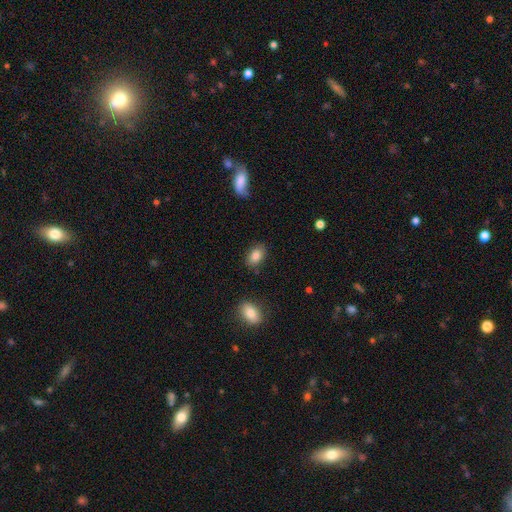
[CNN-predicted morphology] The model was most divided on "how rounded": in between: 86%, round: 13%, cigar-shaped: 1%. More confident: smooth or featured — smooth (85%); merging — none (84%).